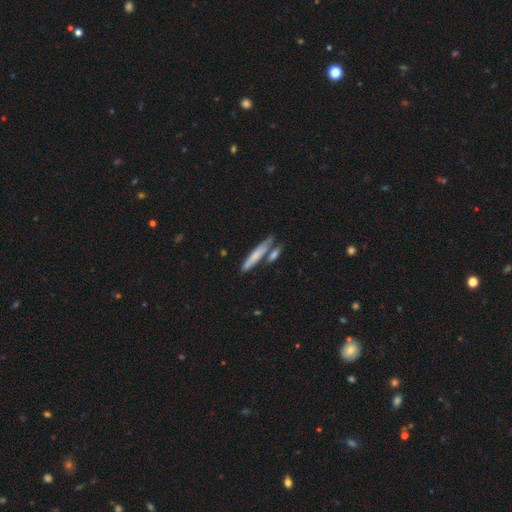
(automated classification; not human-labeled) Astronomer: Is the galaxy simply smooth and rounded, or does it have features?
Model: smooth — 64%.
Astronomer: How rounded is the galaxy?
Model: cigar-shaped — 88%.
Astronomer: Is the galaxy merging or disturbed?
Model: none — 65%.